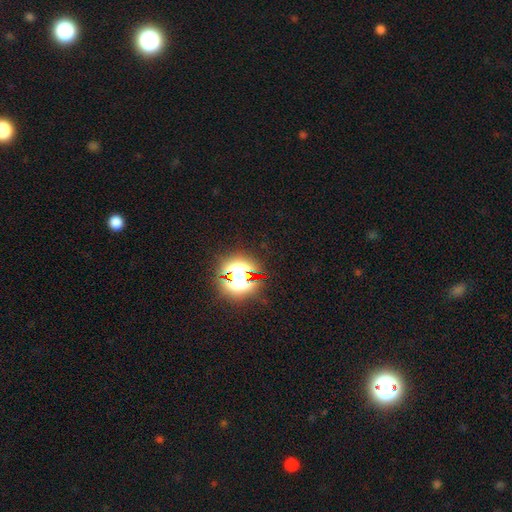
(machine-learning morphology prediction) Smooth or featured: star or artifact — 81% (smooth — 13%)